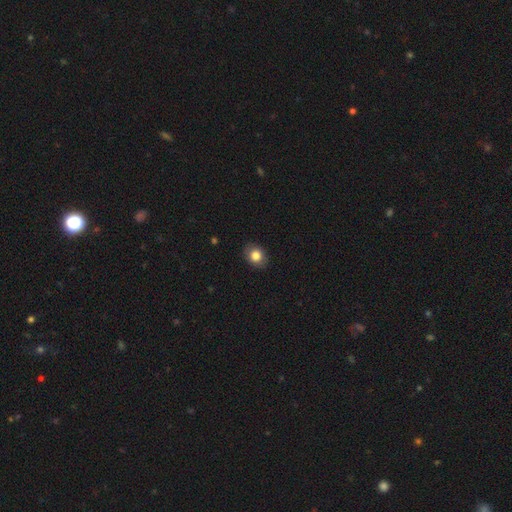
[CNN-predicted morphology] smooth_or_featured: smooth (p=0.82) [alt: featured or disk p=0.09]
how_rounded: in between (p=0.57) [alt: round p=0.42]
merging: none (p=0.86) [alt: minor disturbance p=0.11]